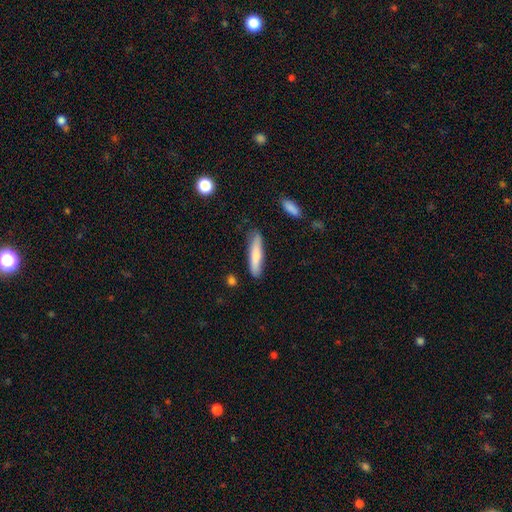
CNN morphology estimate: Smooth or featured? Predicted: smooth (p=0.76). How rounded? Predicted: cigar-shaped (p=0.83). Merging? Predicted: none (p=0.82).